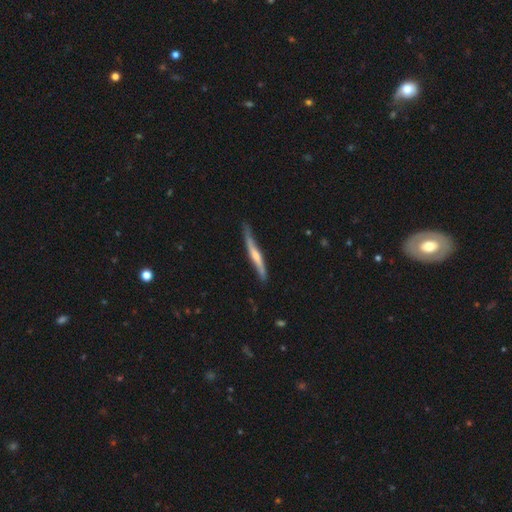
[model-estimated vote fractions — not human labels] Q: Smooth or featured?
A: featured or disk (63%); runner-up: smooth (32%)
Q: Edge-on disk?
A: yes (86%); runner-up: no (14%)
Q: Edge-on bulge?
A: rounded (56%); runner-up: none (31%)
Q: Merging?
A: none (69%); runner-up: minor disturbance (24%)